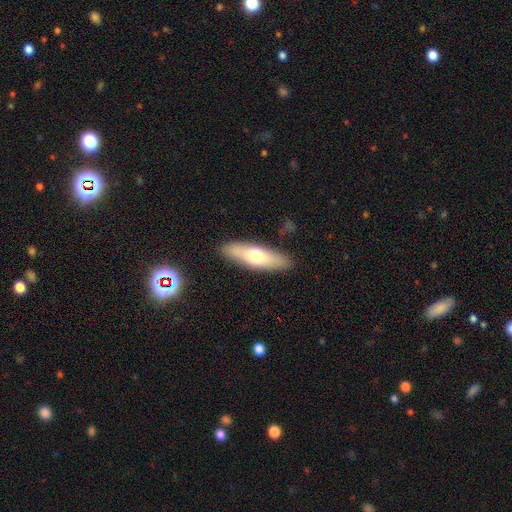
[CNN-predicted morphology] A smooth galaxy with no disk features (60%) that is cigar-shaped (53%).

Vote fractions:
- Smooth or featured? smooth: 60% / featured or disk: 34% / star or artifact: 6%
- How rounded? cigar-shaped: 53% / in between: 44% / round: 2%
- Merging? none: 88% / minor disturbance: 8% / major disturbance: 2% / merger: 1%